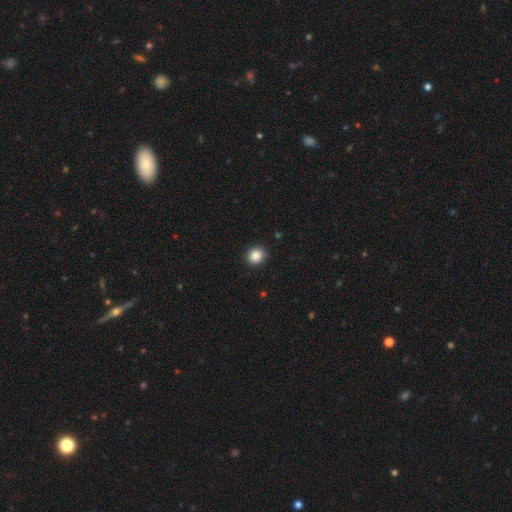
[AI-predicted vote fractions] Smooth or featured? Predicted: smooth (p=0.86). How rounded? Predicted: round (p=0.84). Merging? Predicted: none (p=0.89).